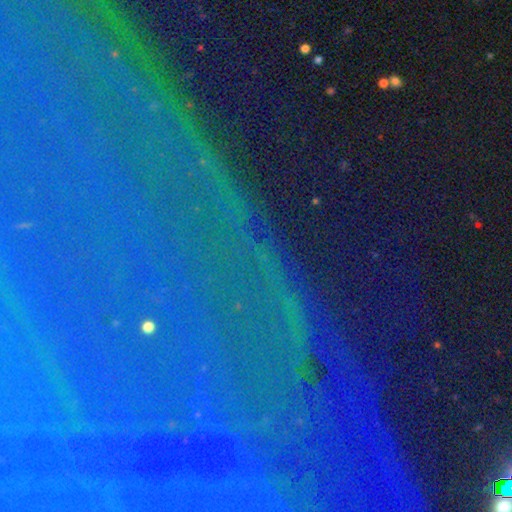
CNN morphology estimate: A star or artifact, not a galaxy (85%).

Vote fractions:
- Smooth or featured? star or artifact: 85% / featured or disk: 7% / smooth: 7%